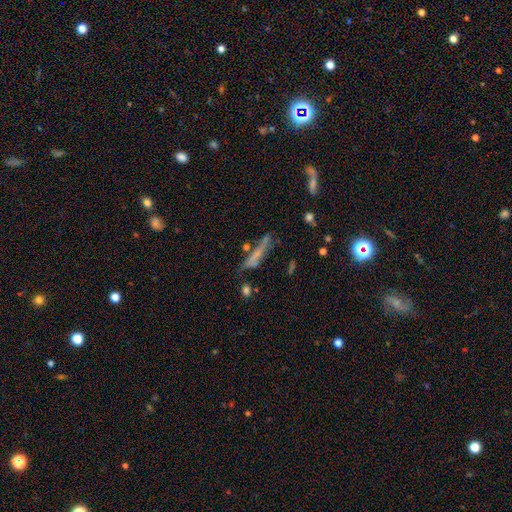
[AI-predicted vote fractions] The model was most divided on "smooth or featured": smooth: 51%, featured or disk: 39%, star or artifact: 10%. More confident: how rounded — cigar-shaped (87%); merging — none (54%).